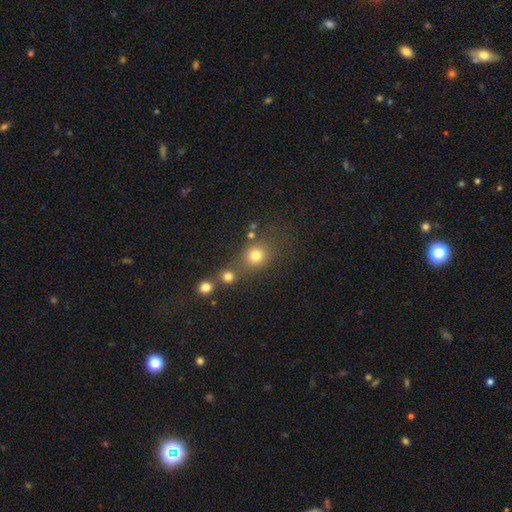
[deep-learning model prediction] Smooth or featured: smooth — 75% (star or artifact — 16%)
How rounded: round — 78% (in between — 21%)
Merging: none — 58% (merger — 24%)